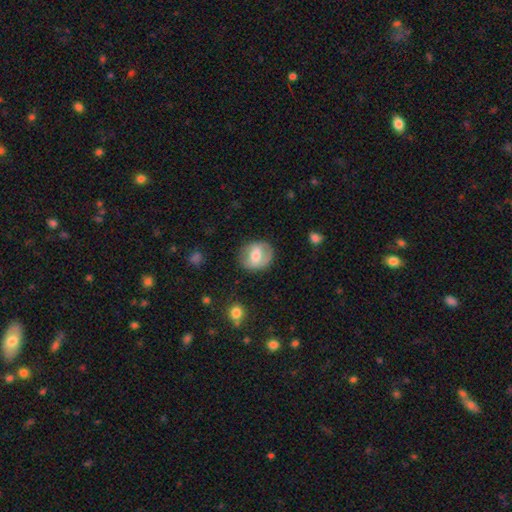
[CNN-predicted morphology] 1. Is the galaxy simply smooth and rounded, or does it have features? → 54% smooth, 39% featured or disk, 7% star or artifact.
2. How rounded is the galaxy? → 66% round, 33% in between, 1% cigar-shaped.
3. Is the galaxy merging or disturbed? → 77% none, 16% minor disturbance, 6% major disturbance, 1% merger.